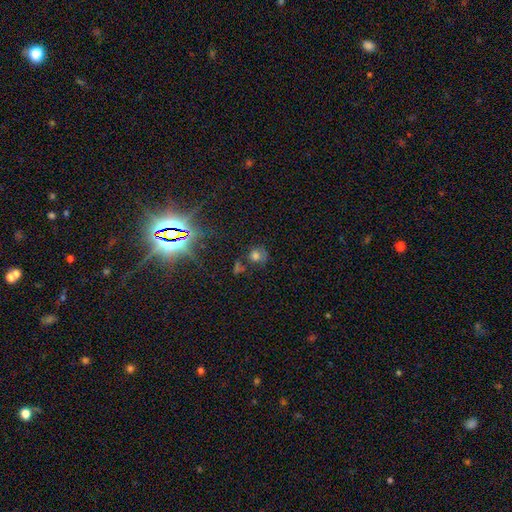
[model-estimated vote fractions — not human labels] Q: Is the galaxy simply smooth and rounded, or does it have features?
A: smooth — 62%.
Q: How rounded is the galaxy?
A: round — 80%.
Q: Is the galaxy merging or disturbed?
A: none — 56%.